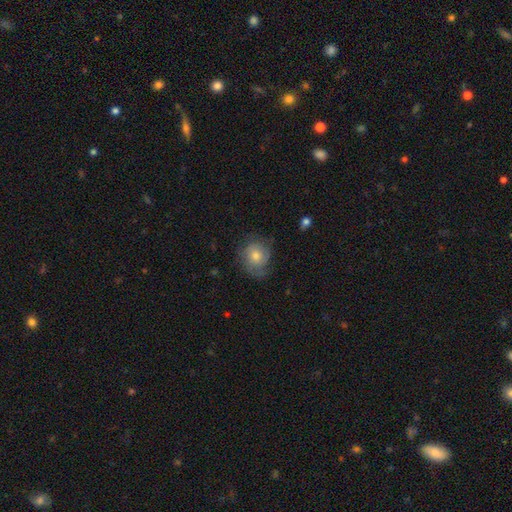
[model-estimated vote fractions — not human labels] Morphology: type=smooth (47%); merging=none (66%).